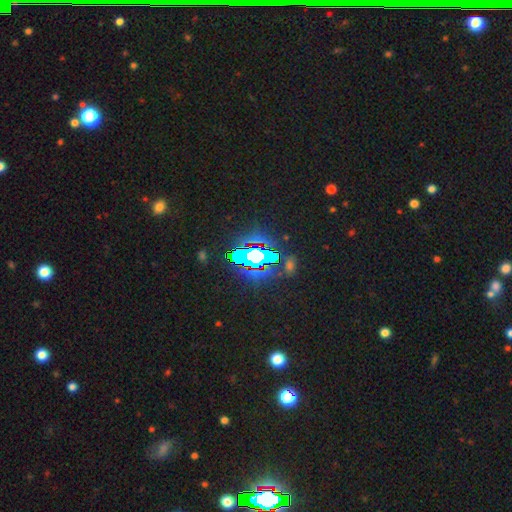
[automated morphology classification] smooth-or-featured: star or artifact: 63% | smooth: 21% | featured or disk: 16%